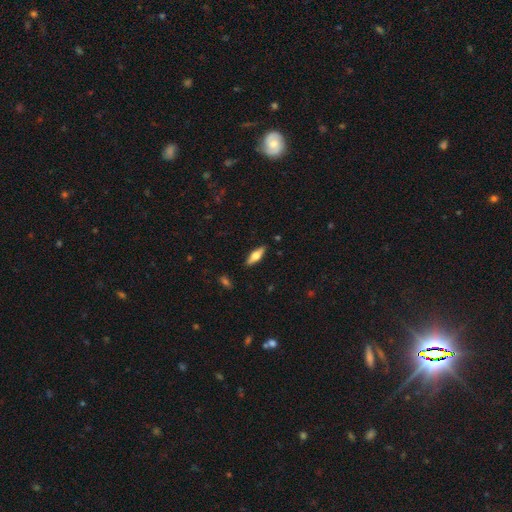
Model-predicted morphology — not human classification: This appears to be a smooth galaxy with no disk features (49%). Merging: none (88%).